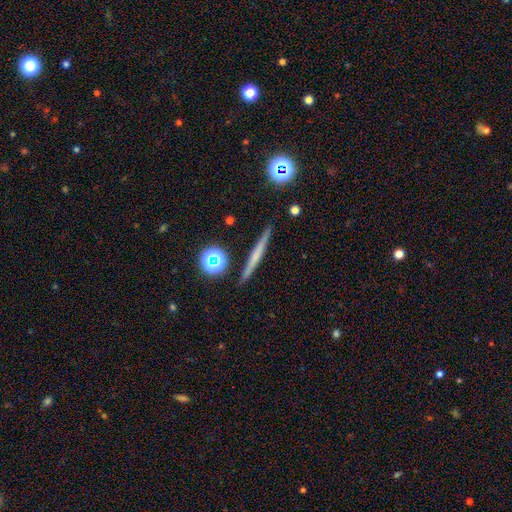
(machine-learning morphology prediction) featured or disk 45%, smooth 43%, star or artifact 12%. Down the decision tree: merging — none (90%).